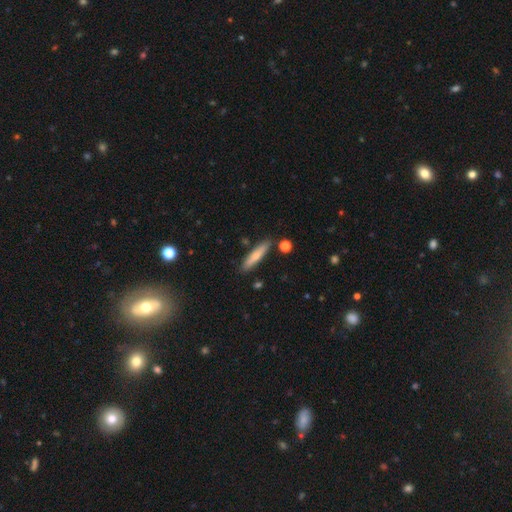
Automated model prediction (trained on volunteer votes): smooth 67%, featured or disk 26%, star or artifact 6%. Down the decision tree: how rounded — cigar-shaped (87%); merging — none (85%).